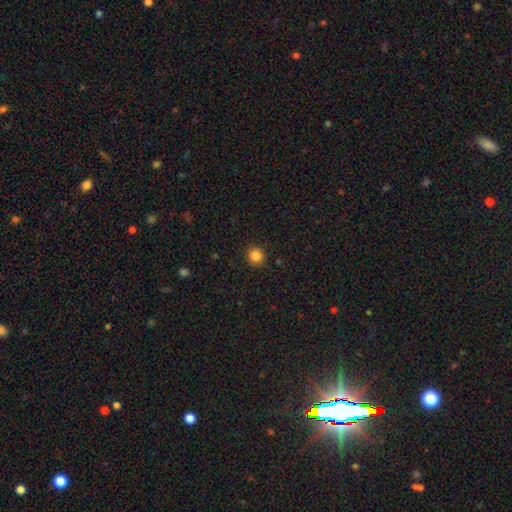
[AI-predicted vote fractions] smooth-or-featured: smooth: 85% | star or artifact: 11% | featured or disk: 4%
  how-rounded: round: 93% | in between: 6% | cigar-shaped: 1%
  merging: none: 91% | minor disturbance: 6% | major disturbance: 2% | merger: 1%